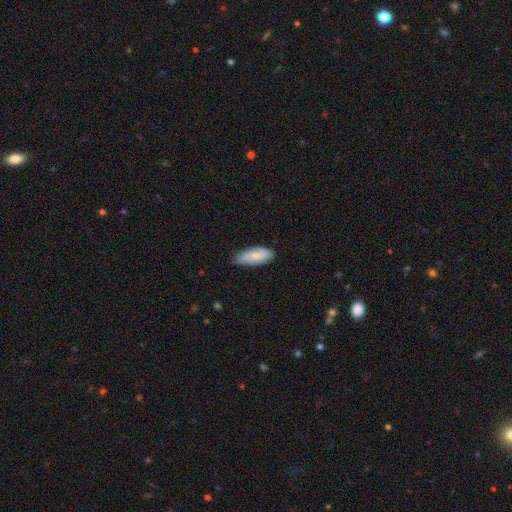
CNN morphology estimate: The model was most divided on "merging": none: 70%, minor disturbance: 25%, major disturbance: 3%, merger: 1%. More confident: how rounded — in between (84%); smooth or featured — smooth (70%).